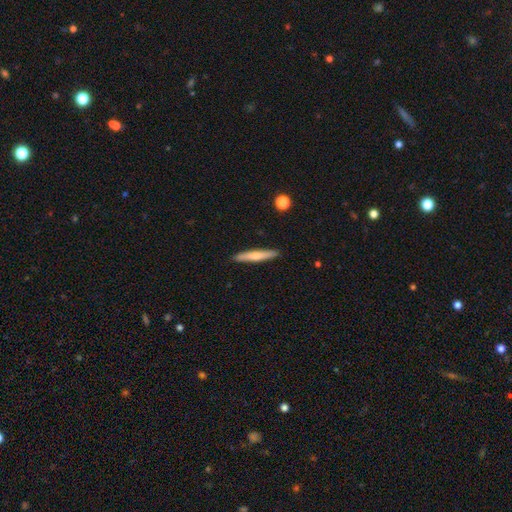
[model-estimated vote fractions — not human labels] Overall: smooth (61%; featured or disk 33%). How rounded: cigar-shaped (94%). Merging: none (90%).